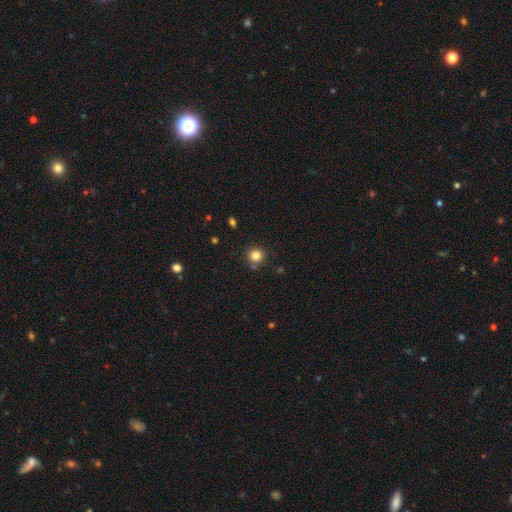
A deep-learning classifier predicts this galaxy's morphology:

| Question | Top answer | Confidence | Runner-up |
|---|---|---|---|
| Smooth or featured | smooth | 82% | star or artifact (12%) |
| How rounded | round | 93% | in between (6%) |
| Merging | none | 82% | minor disturbance (10%) |